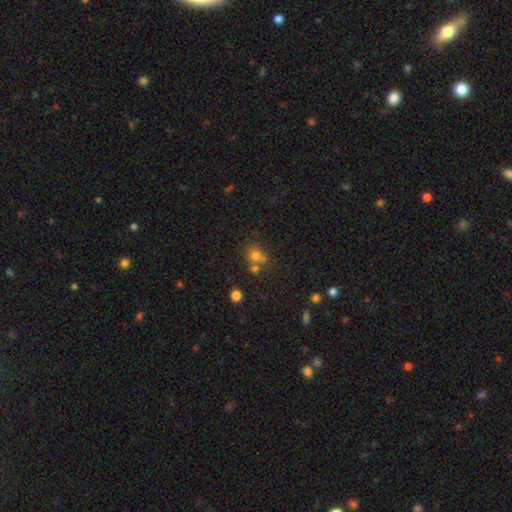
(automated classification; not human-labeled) This is likely a smooth galaxy (72%). How rounded: likely round (75%). Merging: possibly none (50%).